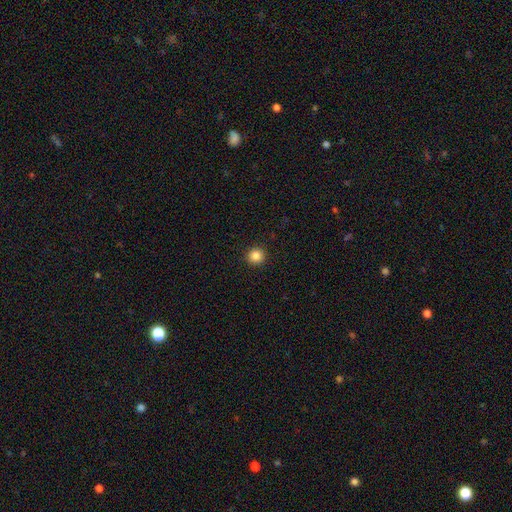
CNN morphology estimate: Smooth or featured? Predicted: smooth (p=0.85). How rounded? Predicted: round (p=0.95). Merging? Predicted: none (p=0.93).